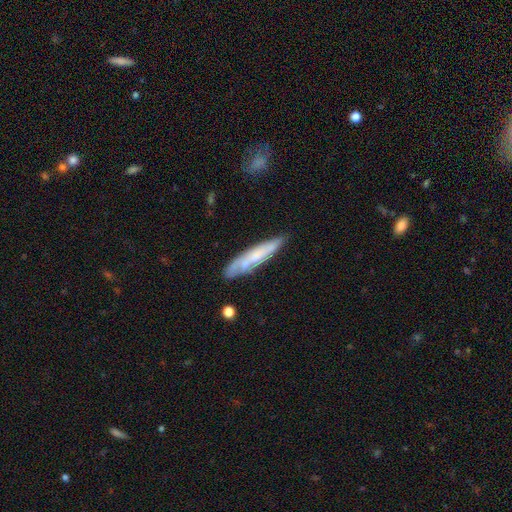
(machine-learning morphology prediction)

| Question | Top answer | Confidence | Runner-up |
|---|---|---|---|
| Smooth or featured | smooth | 48% | featured or disk (45%) |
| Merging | none | 71% | minor disturbance (20%) |